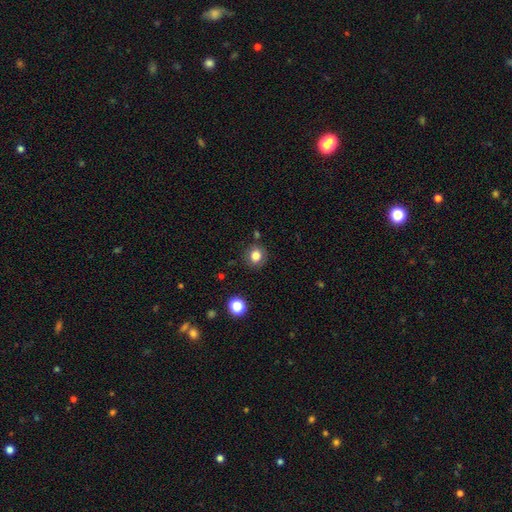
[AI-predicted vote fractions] Overall: smooth (81%). How rounded: round (78%). Merging: none (84%).